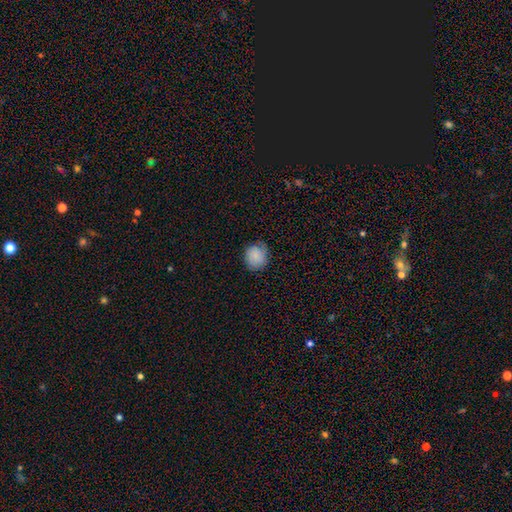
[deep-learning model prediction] A smooth galaxy with no disk features (80%) that is round (78%). Merging: none (74%).